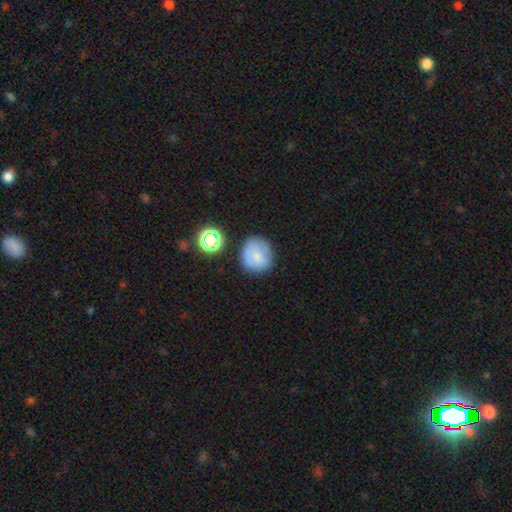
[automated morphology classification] Smooth or featured?
  - smooth: 72% *
  - featured or disk: 16%
  - star or artifact: 11%
How rounded?
  - round: 87% *
  - in between: 12%
  - cigar-shaped: 1%
Merging?
  - none: 74% *
  - minor disturbance: 16%
  - merger: 5%
  - major disturbance: 5%